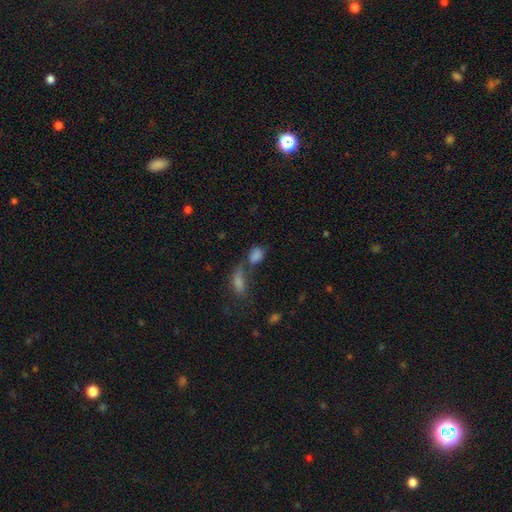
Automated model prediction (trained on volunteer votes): smooth_or_featured: smooth (p=0.78) [alt: star or artifact p=0.13]
how_rounded: in between (p=0.78) [alt: round p=0.17]
merging: merger (p=0.49) [alt: none p=0.32]